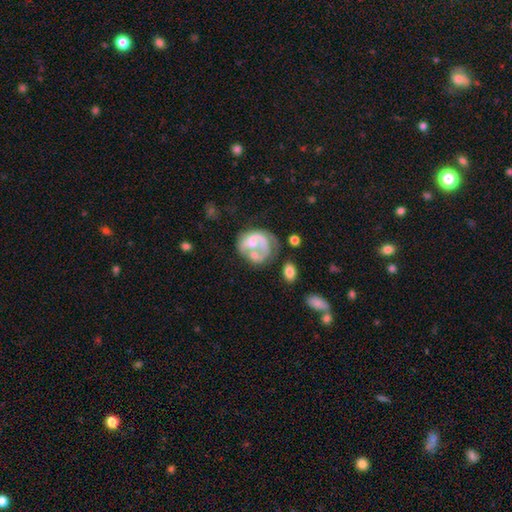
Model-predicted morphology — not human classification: A featured or disk galaxy (60%) with no bar (75%), no spiral arms (50%, tied with yes) and no central bulge (35%).

Vote fractions:
- Smooth or featured? featured or disk: 60% / smooth: 32% / star or artifact: 8%
- Edge-on disk? no: 98% / yes: 2%
- Bar? no: 75% / weak: 20% / strong: 5%
- Spiral arms? no: 50% (tied) / yes: 50% (tied)
- Bulge size? none: 35% / moderate: 31% / small: 21% / large: 11% / dominant: 3%
- Merging? major disturbance: 33% / none: 28% / merger: 21% / minor disturbance: 18%